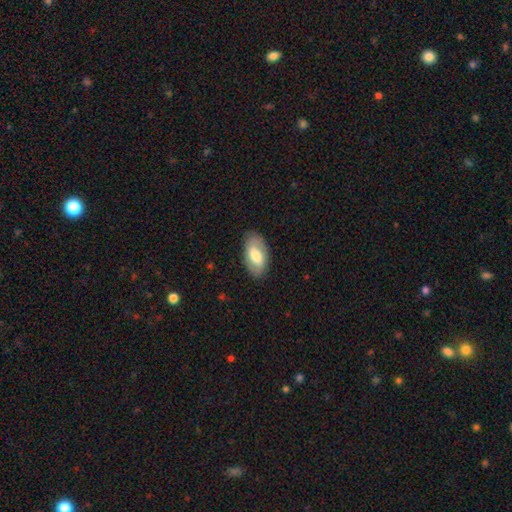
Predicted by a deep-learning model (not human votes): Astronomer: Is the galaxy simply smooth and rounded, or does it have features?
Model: smooth — 63%.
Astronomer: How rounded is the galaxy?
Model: in between — 94%.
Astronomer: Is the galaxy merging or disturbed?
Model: none — 84%.